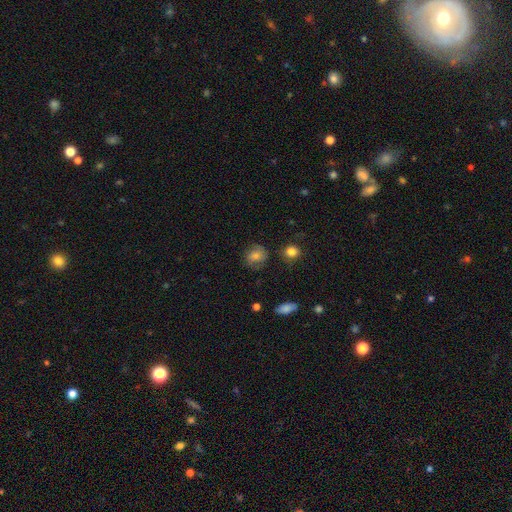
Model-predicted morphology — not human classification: Q: Smooth or featured?
A: smooth (55%); runner-up: featured or disk (32%)
Q: How rounded?
A: round (66%); runner-up: in between (33%)
Q: Merging?
A: none (73%); runner-up: minor disturbance (18%)